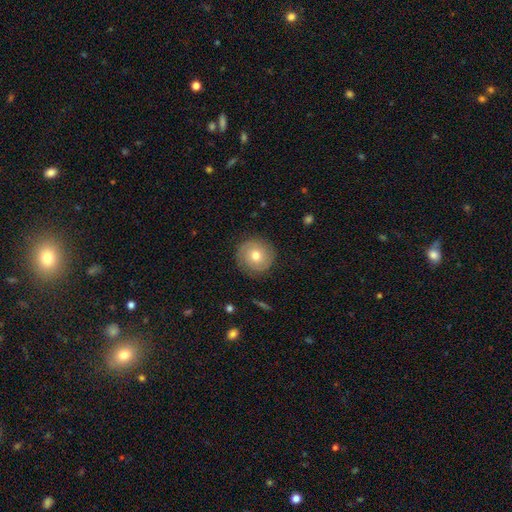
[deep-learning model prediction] The model was most divided on "smooth or featured": smooth: 58%, featured or disk: 33%, star or artifact: 9%. More confident: how rounded — round (95%); merging — none (86%).